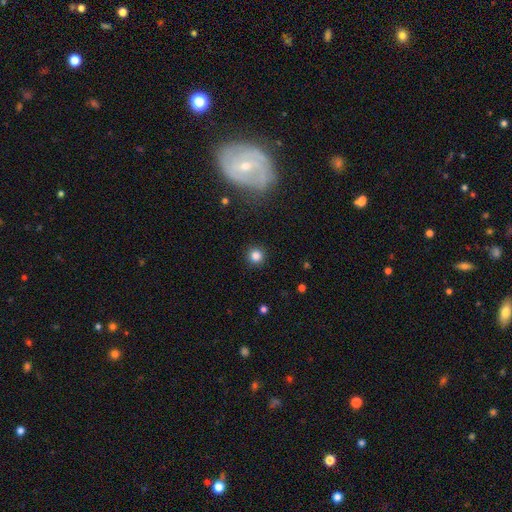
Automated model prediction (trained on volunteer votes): smooth-or-featured: smooth: 84% | star or artifact: 12% | featured or disk: 4%
  how-rounded: round: 95% | in between: 4% | cigar-shaped: 1%
  merging: none: 91% | minor disturbance: 5% | major disturbance: 2% | merger: 1%